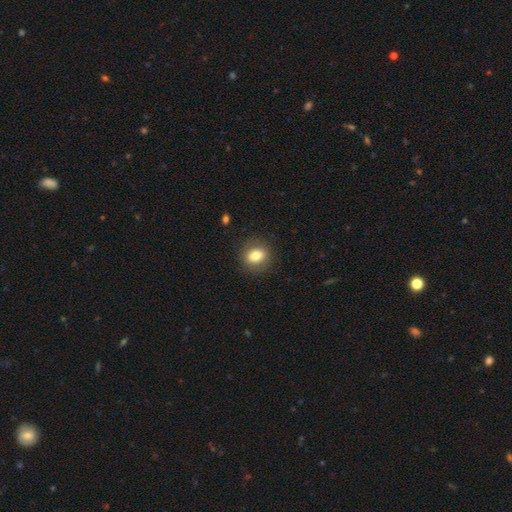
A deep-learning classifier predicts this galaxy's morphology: Q: Smooth or featured?
A: smooth (78%); runner-up: featured or disk (13%)
Q: How rounded?
A: round (62%); runner-up: in between (37%)
Q: Merging?
A: none (87%); runner-up: minor disturbance (9%)